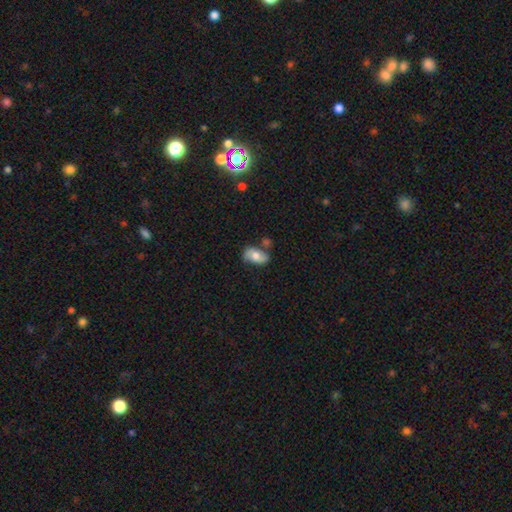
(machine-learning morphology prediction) Smooth or featured: smooth — 62% (featured or disk — 31%)
How rounded: in between — 91% (round — 7%)
Merging: none — 58% (minor disturbance — 22%)